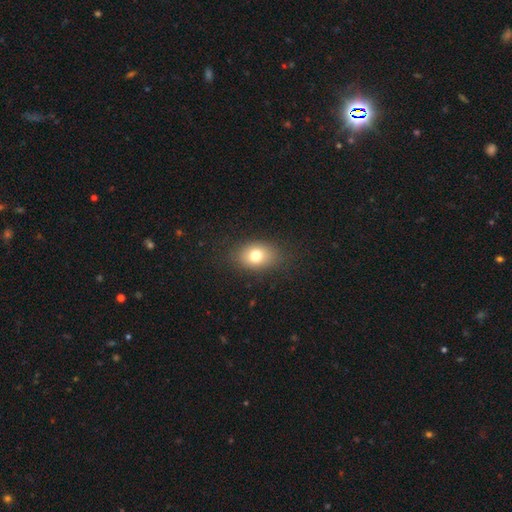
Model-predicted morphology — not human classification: Overall: smooth (75%). How rounded: in between (69%; round 30%). Merging: none (83%).